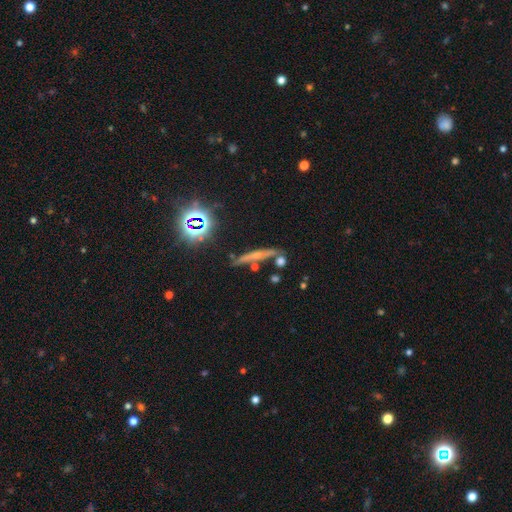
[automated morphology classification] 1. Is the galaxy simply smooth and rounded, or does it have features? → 45% featured or disk, 31% smooth, 24% star or artifact.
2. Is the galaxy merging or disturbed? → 72% none, 13% minor disturbance, 10% merger, 4% major disturbance.